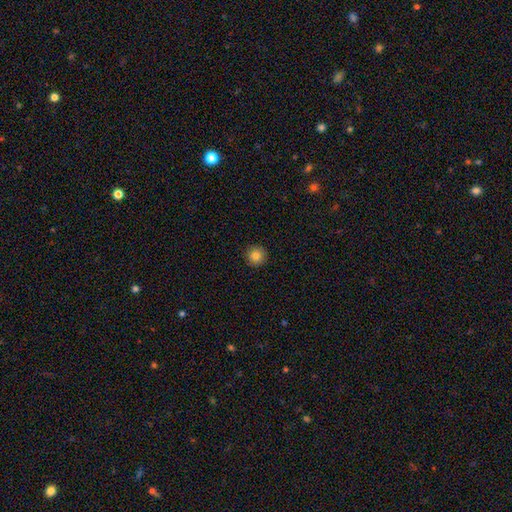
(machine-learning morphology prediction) Smooth or featured? smooth (84%)
How rounded? round (96%)
Merging? none (92%)